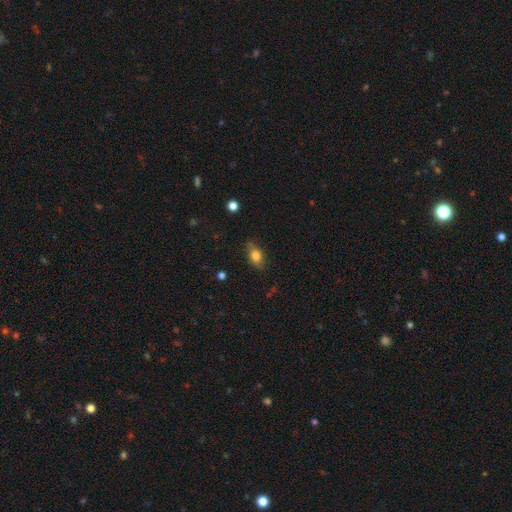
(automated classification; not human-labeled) Morphology: type=smooth (75%); roundness=in between (75%); merging=none (71%).